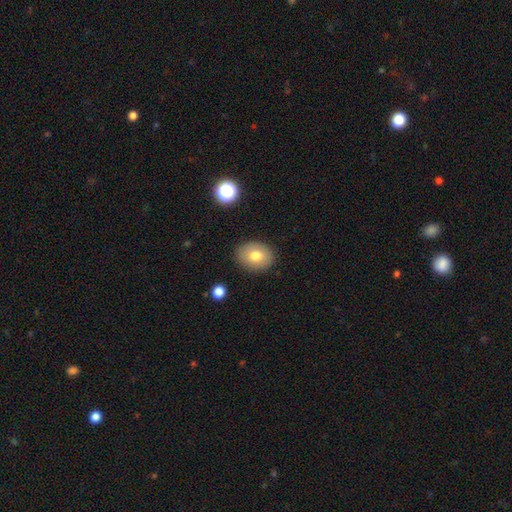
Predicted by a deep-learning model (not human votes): Smooth or featured?
  - smooth: 76% *
  - featured or disk: 15%
  - star or artifact: 9%
How rounded?
  - in between: 58% *
  - round: 41%
  - cigar-shaped: 1%
Merging?
  - none: 87% *
  - minor disturbance: 10%
  - major disturbance: 2%
  - merger: 1%